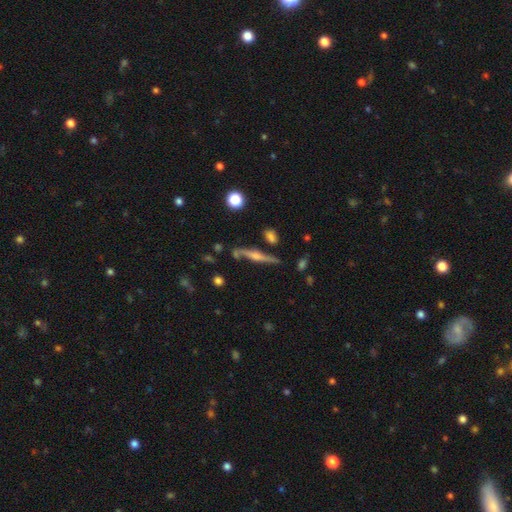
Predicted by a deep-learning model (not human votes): This is likely a featured or disk galaxy (78%). It is clearly viewed edge-on (95%). Edge-on bulge: clearly rounded (83%). Merging: likely none (80%).